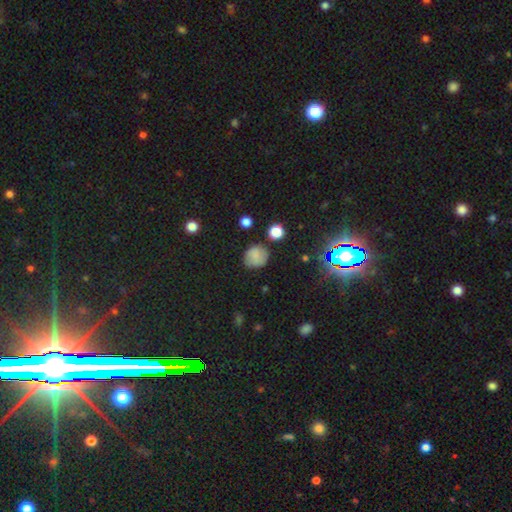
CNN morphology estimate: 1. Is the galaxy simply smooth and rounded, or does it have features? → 71% smooth, 16% featured or disk, 13% star or artifact.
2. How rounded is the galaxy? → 81% round, 18% in between, 1% cigar-shaped.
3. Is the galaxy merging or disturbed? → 77% none, 15% minor disturbance, 4% major disturbance, 3% merger.